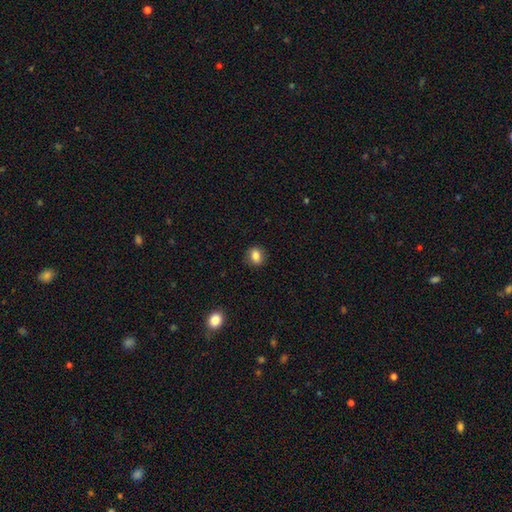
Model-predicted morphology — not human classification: smooth-or-featured: smooth: 83% | star or artifact: 10% | featured or disk: 8%
  how-rounded: in between: 50% | round: 49% | cigar-shaped: 2%
  merging: none: 85% | minor disturbance: 11% | major disturbance: 3% | merger: 1%